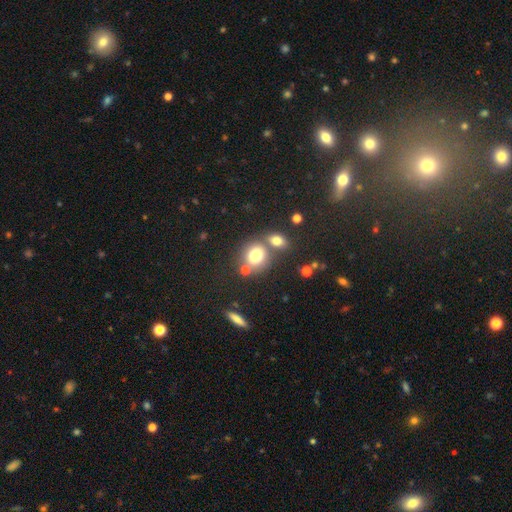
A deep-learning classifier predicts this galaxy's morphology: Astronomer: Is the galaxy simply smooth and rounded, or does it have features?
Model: smooth — 75%.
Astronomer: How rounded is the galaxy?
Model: round — 70%.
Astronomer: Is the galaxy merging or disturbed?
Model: none — 53% (runner-up: merger, 33%).